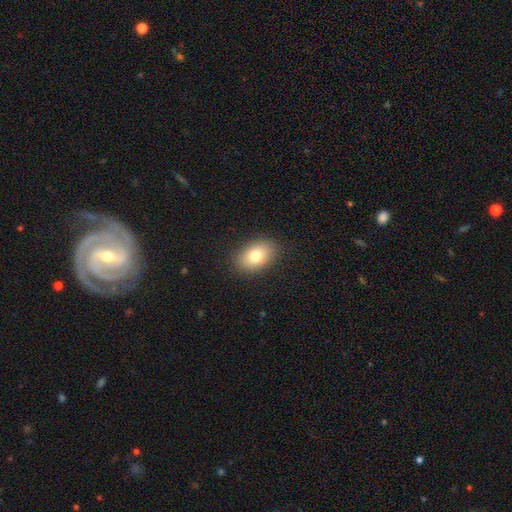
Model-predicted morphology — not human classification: A smooth galaxy with no disk features (79%) that is in between round and cigar-shaped (82%).

Vote fractions:
- Smooth or featured? smooth: 79% / featured or disk: 12% / star or artifact: 9%
- How rounded? in between: 82% / round: 17% / cigar-shaped: 1%
- Merging? none: 87% / minor disturbance: 9% / major disturbance: 3% / merger: 1%